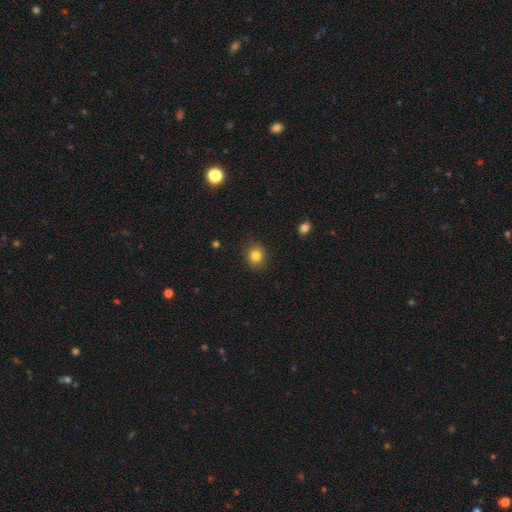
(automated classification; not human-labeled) Overall: smooth (83%). How rounded: round (80%). Merging: none (87%).